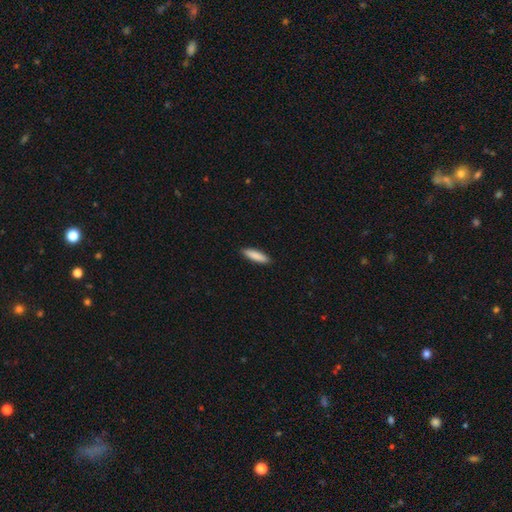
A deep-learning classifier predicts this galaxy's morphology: smooth 88%, featured or disk 7%, star or artifact 5%. Down the decision tree: how rounded — cigar-shaped (70%); merging — none (91%).